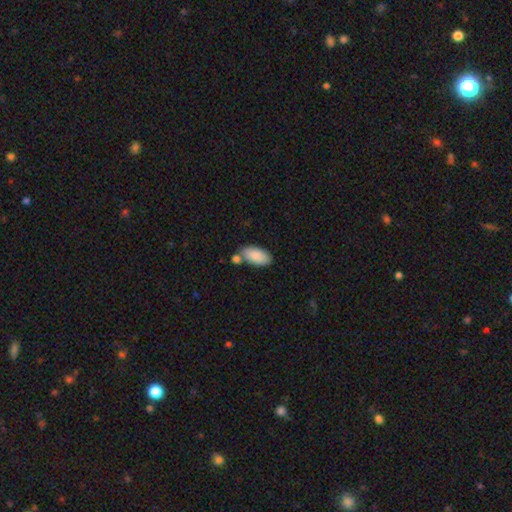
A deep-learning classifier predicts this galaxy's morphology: Smooth or featured: smooth — 87% (featured or disk — 7%)
How rounded: in between — 94% (cigar-shaped — 4%)
Merging: none — 63% (merger — 19%)